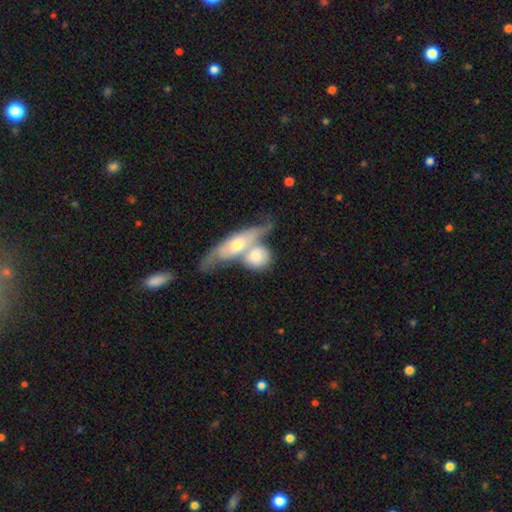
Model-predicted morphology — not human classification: smooth 58%, featured or disk 37%, star or artifact 5%. Down the decision tree: how rounded — round (47%); merging — merger (61%).